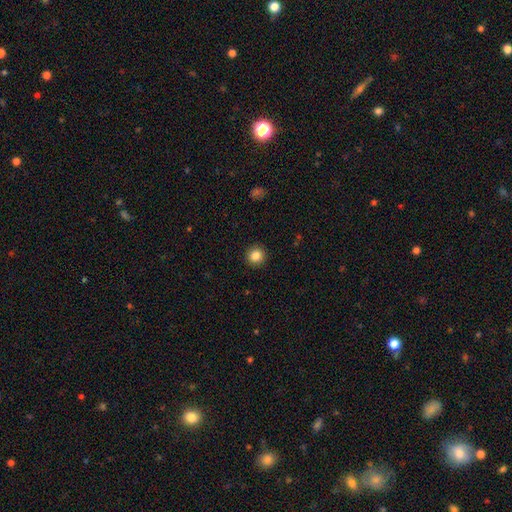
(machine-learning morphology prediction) This appears to be a smooth galaxy with no disk features (85%) that is round (93%). Merging: none (92%).